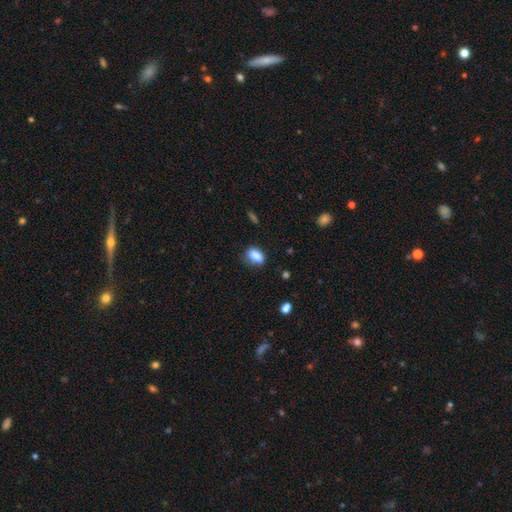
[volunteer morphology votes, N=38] smooth_or_featured: smooth (p=0.89) [alt: star or artifact p=0.08]
how_rounded: in between (p=0.76) [alt: cigar-shaped p=0.18]
merging: none (p=0.69) [alt: minor disturbance p=0.26]